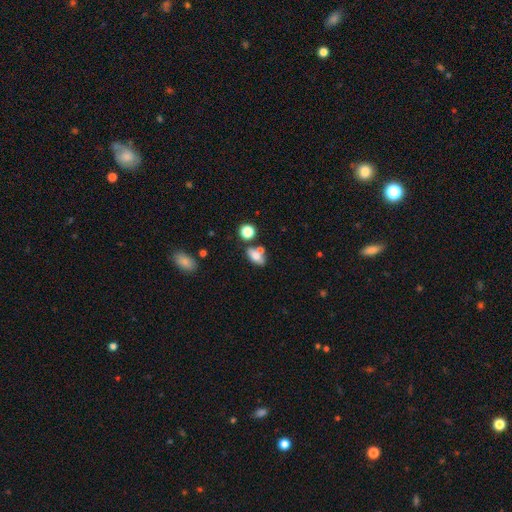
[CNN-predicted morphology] A smooth galaxy with no disk features (70%) that is in between round and cigar-shaped (78%). Merging: none (57%).